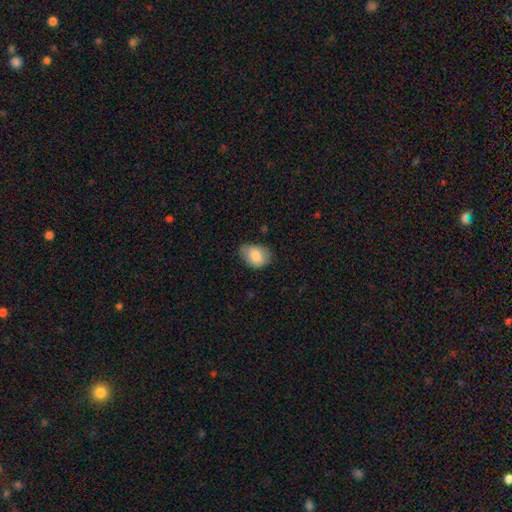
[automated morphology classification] Smooth or featured: smooth — 84% (featured or disk — 8%)
How rounded: in between — 73% (round — 26%)
Merging: none — 63% (minor disturbance — 30%)